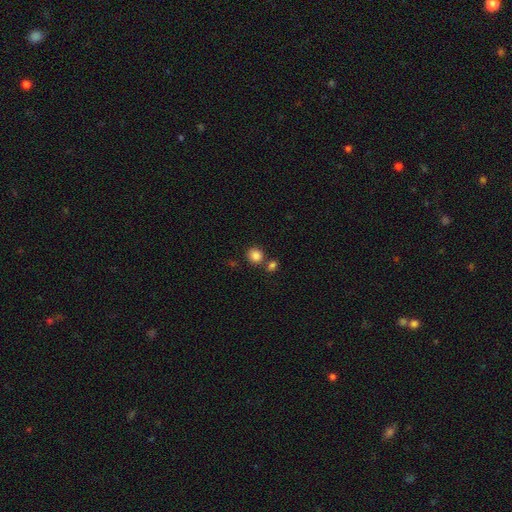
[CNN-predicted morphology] smooth-or-featured: smooth: 85% | star or artifact: 10% | featured or disk: 5%
  how-rounded: round: 83% | in between: 16% | cigar-shaped: 1%
  merging: none: 70% | merger: 19% | minor disturbance: 9% | major disturbance: 3%